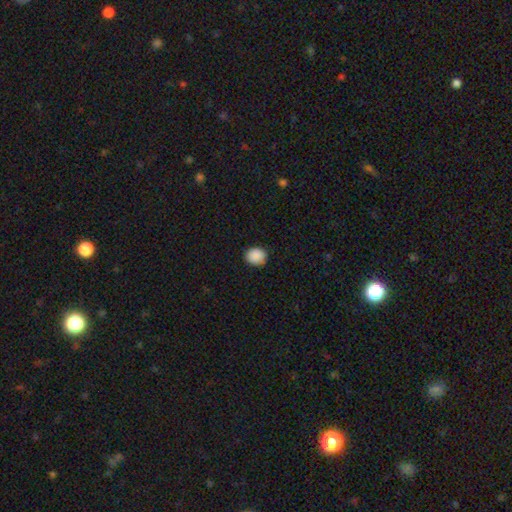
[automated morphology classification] smooth_or_featured: smooth (p=0.90) [alt: star or artifact p=0.08]
how_rounded: round (p=0.71) [alt: in between p=0.28]
merging: none (p=0.87) [alt: minor disturbance p=0.10]